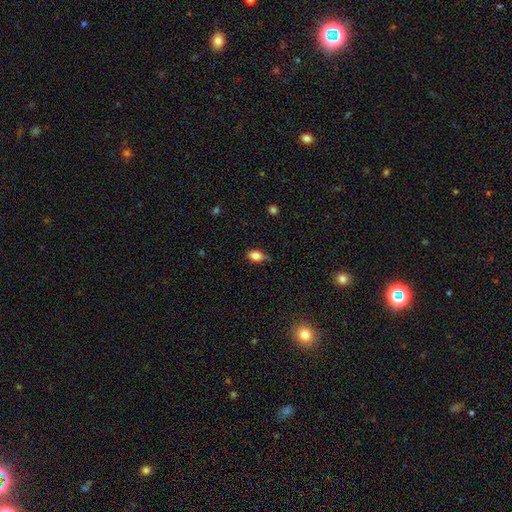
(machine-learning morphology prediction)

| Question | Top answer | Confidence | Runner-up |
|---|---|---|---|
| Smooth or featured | smooth | 81% | featured or disk (10%) |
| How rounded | in between | 85% | round (11%) |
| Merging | none | 66% | minor disturbance (28%) |